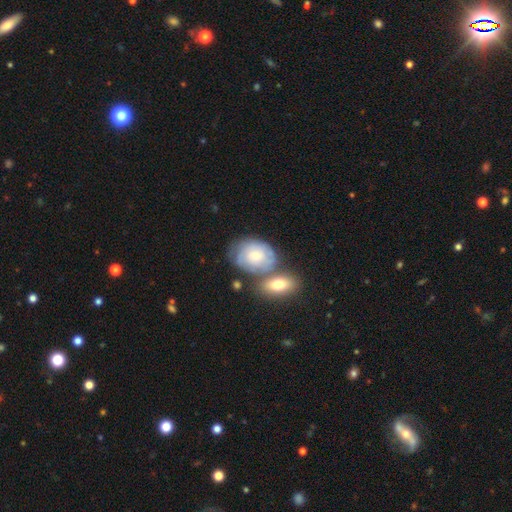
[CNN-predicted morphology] Overall: featured or disk (50%; smooth 43%). Edge-on disk: no (95%). Merging: none (47%; merger 26%).